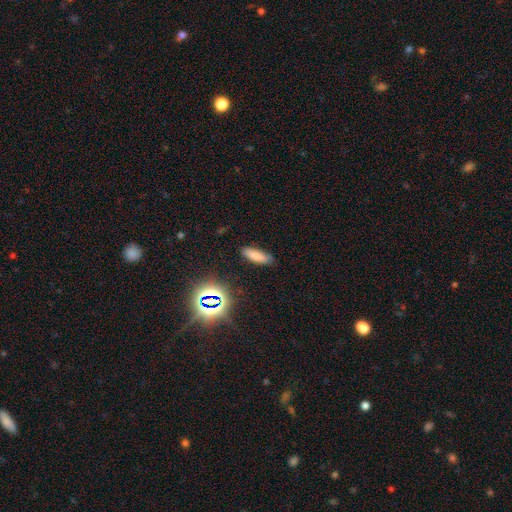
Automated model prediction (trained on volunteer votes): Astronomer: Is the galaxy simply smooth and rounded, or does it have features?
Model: smooth — 77%.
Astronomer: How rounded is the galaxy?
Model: in between — 56% (runner-up: cigar-shaped, 42%).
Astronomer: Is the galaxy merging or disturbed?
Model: none — 83%.